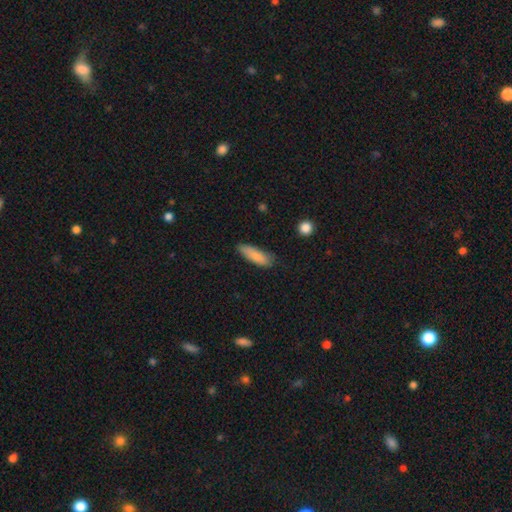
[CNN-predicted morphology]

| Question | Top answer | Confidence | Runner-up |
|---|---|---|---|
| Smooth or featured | smooth | 85% | featured or disk (9%) |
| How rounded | in between | 51% | cigar-shaped (47%) |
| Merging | none | 76% | minor disturbance (20%) |